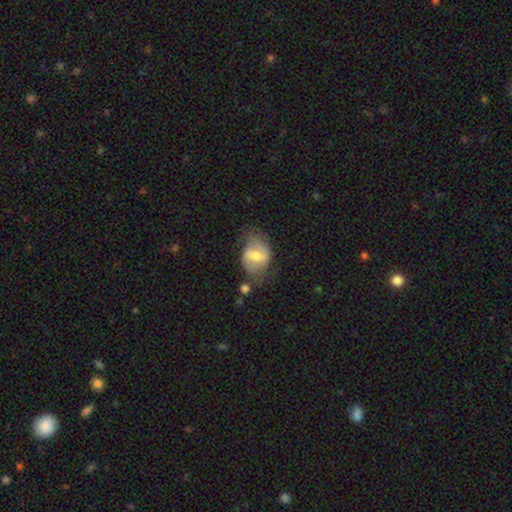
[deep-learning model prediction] The model was most divided on "smooth or featured": featured or disk: 53%, smooth: 41%, star or artifact: 6%. Remaining: edge-on disk — no (95%); spiral arms — yes (66%); bulge size — moderate (60%); merging — none (54%); bar — weak (49%).